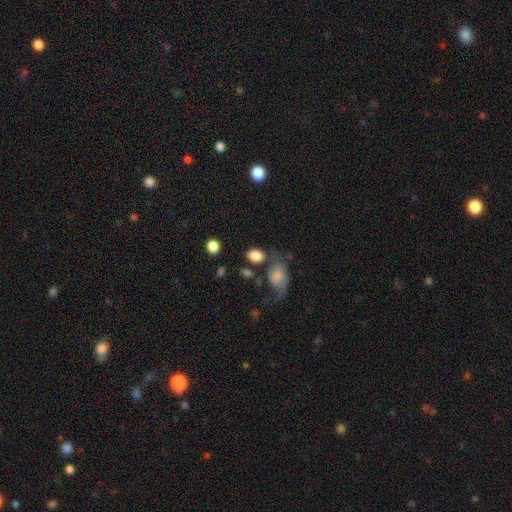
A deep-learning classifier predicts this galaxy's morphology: smooth-or-featured: smooth: 84% | featured or disk: 8% | star or artifact: 8%
  how-rounded: in between: 69% | round: 30% | cigar-shaped: 2%
  merging: none: 62% | minor disturbance: 16% | merger: 13% | major disturbance: 9%